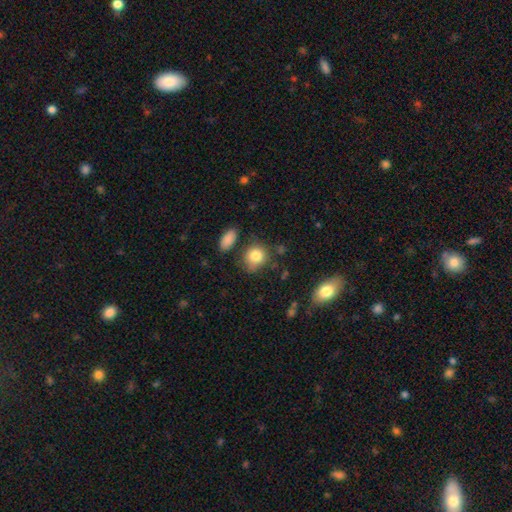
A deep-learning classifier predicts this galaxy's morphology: Smooth or featured: smooth — 83% (star or artifact — 9%)
How rounded: round — 72% (in between — 27%)
Merging: none — 67% (minor disturbance — 21%)